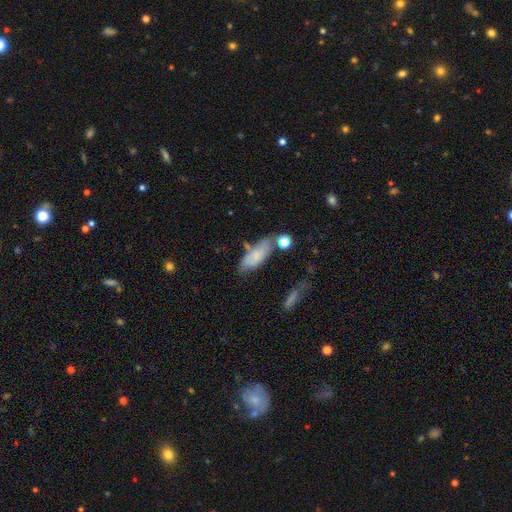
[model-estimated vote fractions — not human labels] A smooth galaxy with no disk features (72%) that is in between round and cigar-shaped (70%).

Vote fractions:
- Smooth or featured? smooth: 72% / featured or disk: 21% / star or artifact: 7%
- How rounded? in between: 70% / cigar-shaped: 28% / round: 3%
- Merging? none: 53% / minor disturbance: 24% / merger: 15% / major disturbance: 9%